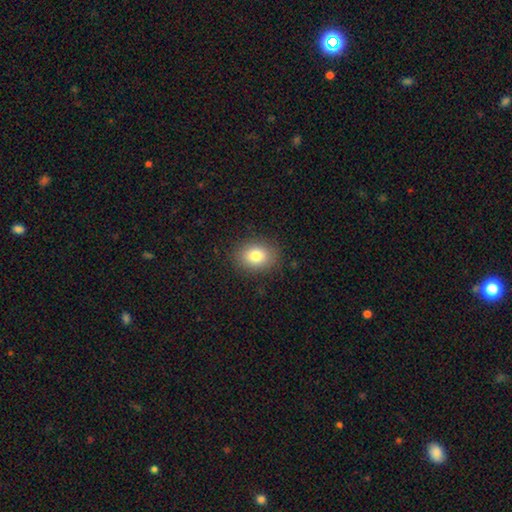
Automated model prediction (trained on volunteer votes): The model was most divided on "how rounded": in between: 57%, round: 42%, cigar-shaped: 1%. More confident: merging — none (87%); smooth or featured — smooth (81%).